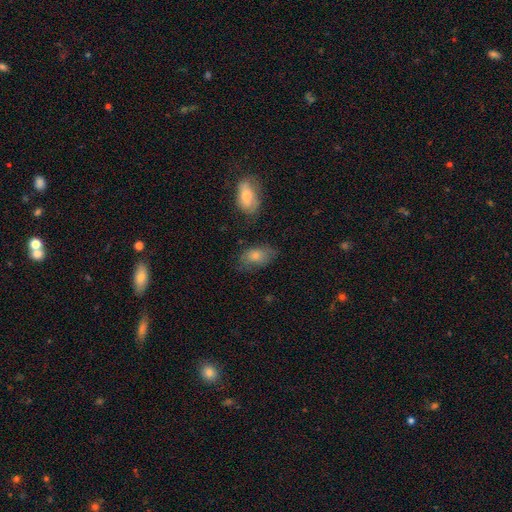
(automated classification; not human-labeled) Smooth or featured: smooth — 78% (featured or disk — 14%)
How rounded: in between — 90% (round — 7%)
Merging: none — 58% (minor disturbance — 27%)